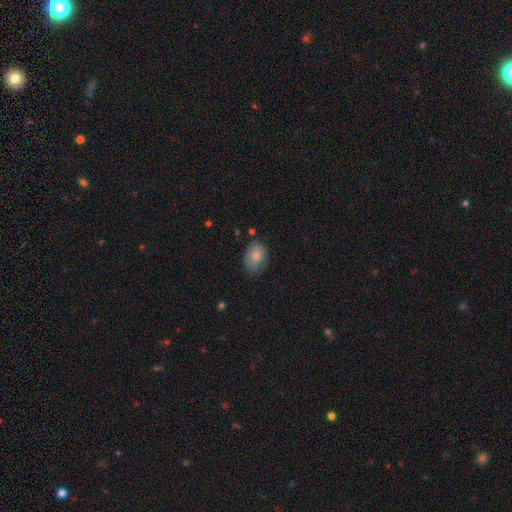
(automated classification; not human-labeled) A smooth galaxy with no disk features (79%) that is in between round and cigar-shaped (79%).

Vote fractions:
- Smooth or featured? smooth: 79% / featured or disk: 14% / star or artifact: 7%
- How rounded? in between: 79% / round: 20% / cigar-shaped: 1%
- Merging? none: 65% / minor disturbance: 26% / major disturbance: 7% / merger: 2%